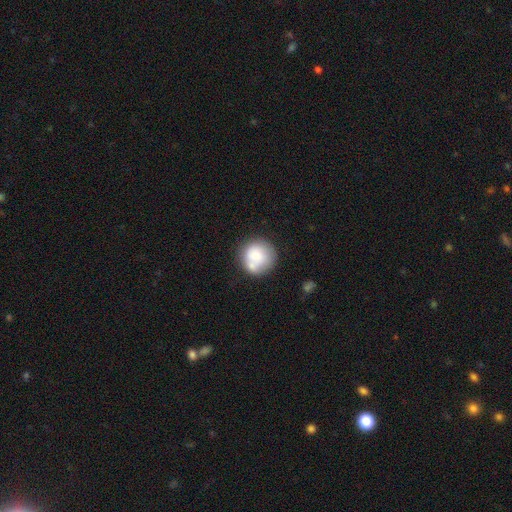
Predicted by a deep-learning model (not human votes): This appears to be a smooth galaxy with no disk features (70%) that is round (92%). Merging: none (56%).